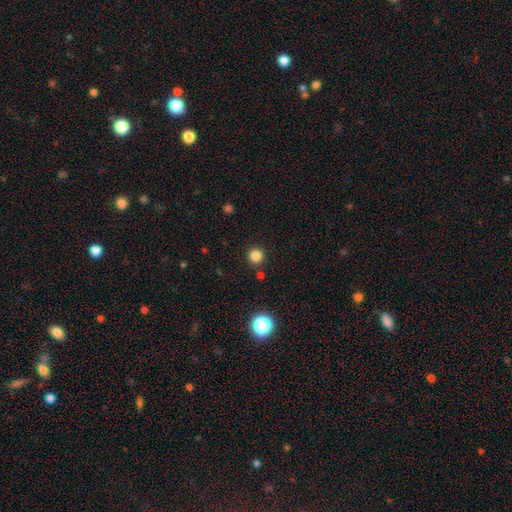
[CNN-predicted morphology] Smooth or featured? smooth (83%)
How rounded? round (95%)
Merging? none (90%)